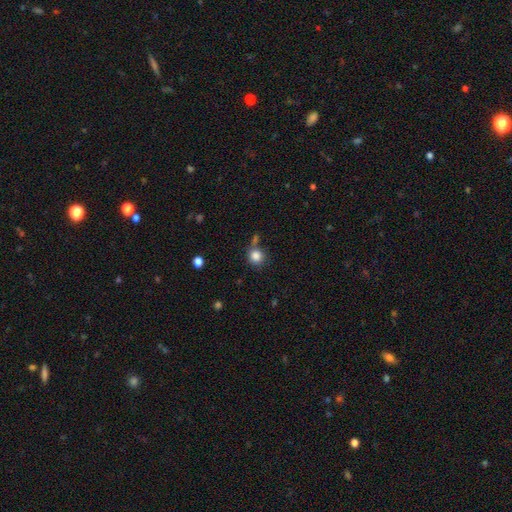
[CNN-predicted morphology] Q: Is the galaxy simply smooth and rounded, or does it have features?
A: smooth — 85%.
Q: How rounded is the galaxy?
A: round — 90%.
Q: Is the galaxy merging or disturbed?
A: none — 70%.